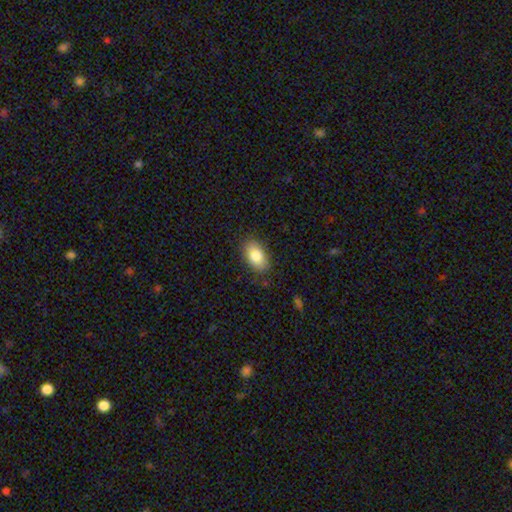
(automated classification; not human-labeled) This appears to be a smooth galaxy with no disk features (84%) that is in between round and cigar-shaped (92%). Merging: none (85%).